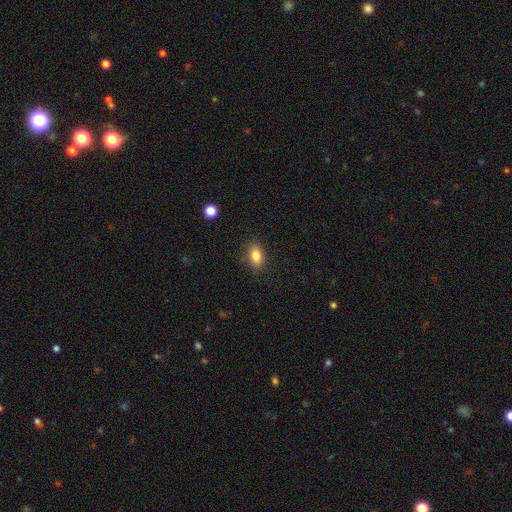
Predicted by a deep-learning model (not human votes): Morphology: type=smooth (82%); roundness=in between (84%); merging=none (86%).